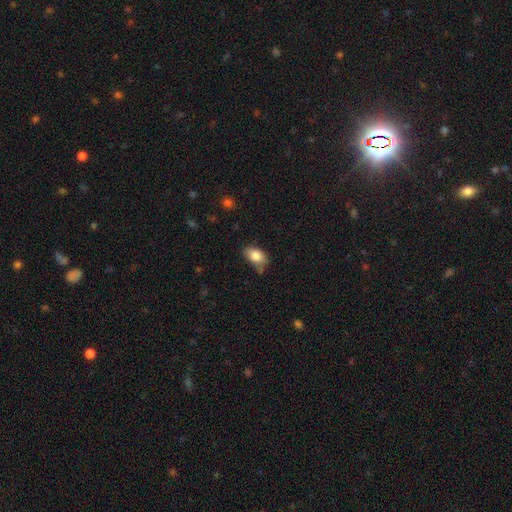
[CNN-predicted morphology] smooth-or-featured: smooth: 83% | featured or disk: 10% | star or artifact: 8%
  how-rounded: in between: 89% | round: 9% | cigar-shaped: 2%
  merging: none: 58% | minor disturbance: 30% | major disturbance: 6% | merger: 6%